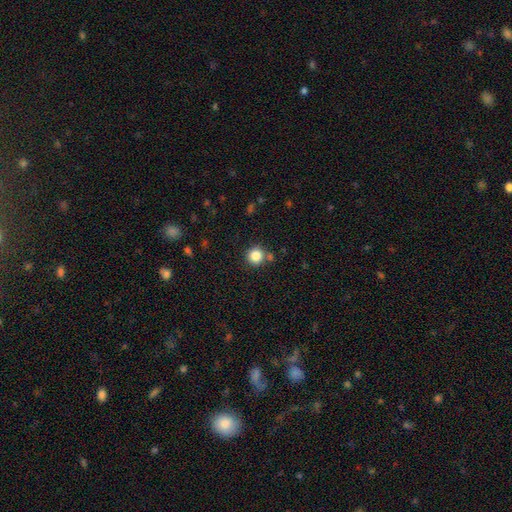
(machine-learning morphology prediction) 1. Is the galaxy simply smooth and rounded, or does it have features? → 84% smooth, 11% star or artifact, 5% featured or disk.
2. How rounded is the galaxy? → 94% round, 5% in between, 1% cigar-shaped.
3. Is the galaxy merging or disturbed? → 81% none, 9% minor disturbance, 8% merger, 3% major disturbance.